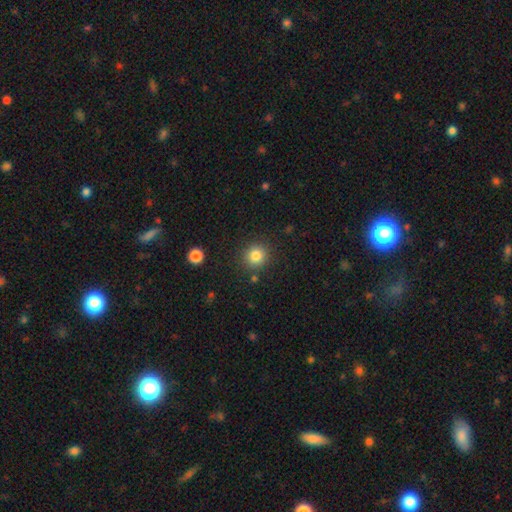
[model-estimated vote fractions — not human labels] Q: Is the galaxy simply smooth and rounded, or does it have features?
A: smooth — 83%.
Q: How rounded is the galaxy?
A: round — 91%.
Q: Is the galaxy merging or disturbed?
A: none — 87%.